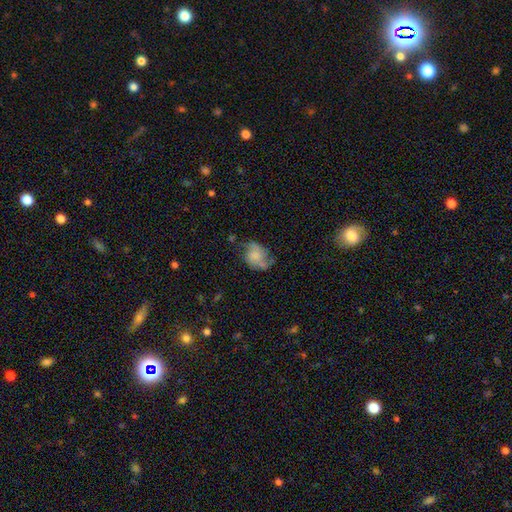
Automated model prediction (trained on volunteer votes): smooth-or-featured: featured or disk: 48% | smooth: 42% | star or artifact: 10%
  merging: none: 50% | minor disturbance: 27% | major disturbance: 20% | merger: 3%